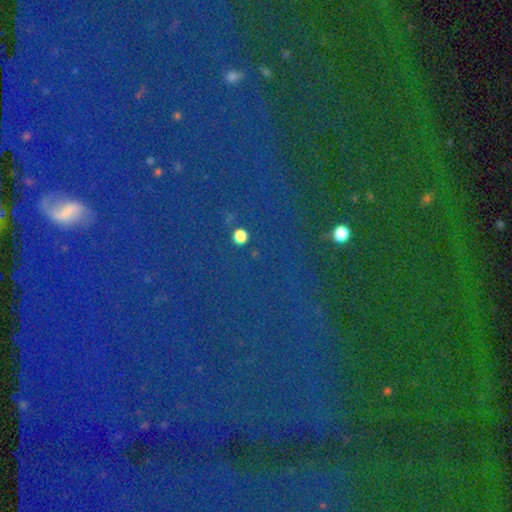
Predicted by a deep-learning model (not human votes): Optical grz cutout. It shows a star or artifact, not a galaxy (79%).